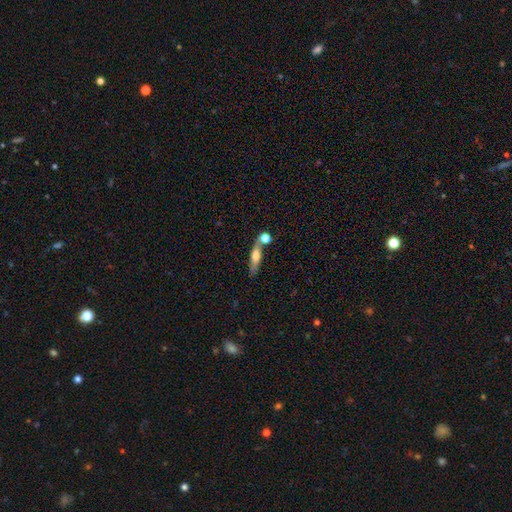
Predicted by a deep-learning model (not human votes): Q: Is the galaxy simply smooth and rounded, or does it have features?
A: smooth — 56%.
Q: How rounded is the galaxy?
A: cigar-shaped — 57%.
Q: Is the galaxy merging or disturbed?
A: none — 51%.